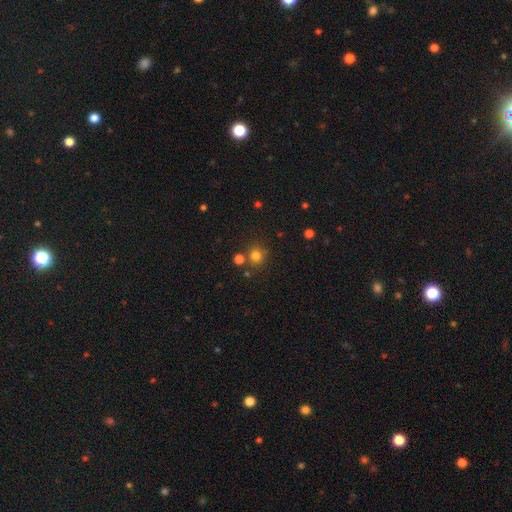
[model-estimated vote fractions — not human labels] The model was most divided on "smooth or featured": smooth: 79%, star or artifact: 16%, featured or disk: 6%. More confident: how rounded — round (90%); merging — none (77%).